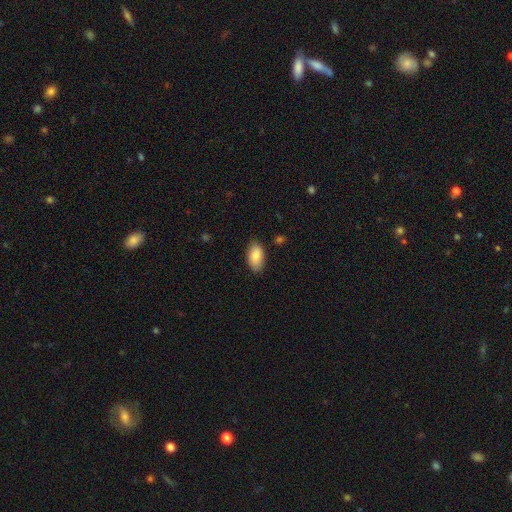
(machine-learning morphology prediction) The model was most divided on "merging": none: 84%, minor disturbance: 12%, major disturbance: 2%, merger: 1%. More confident: how rounded — in between (94%); smooth or featured — smooth (85%).